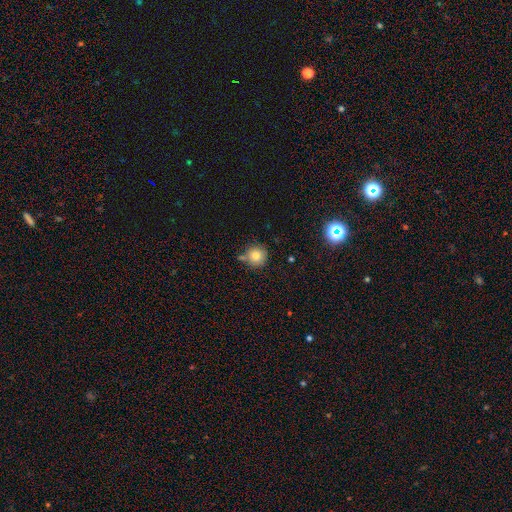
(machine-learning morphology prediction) Smooth or featured?
  - smooth: 79% *
  - star or artifact: 12%
  - featured or disk: 9%
How rounded?
  - round: 94% *
  - in between: 5%
  - cigar-shaped: 1%
Merging?
  - none: 72% *
  - minor disturbance: 13%
  - merger: 12%
  - major disturbance: 3%